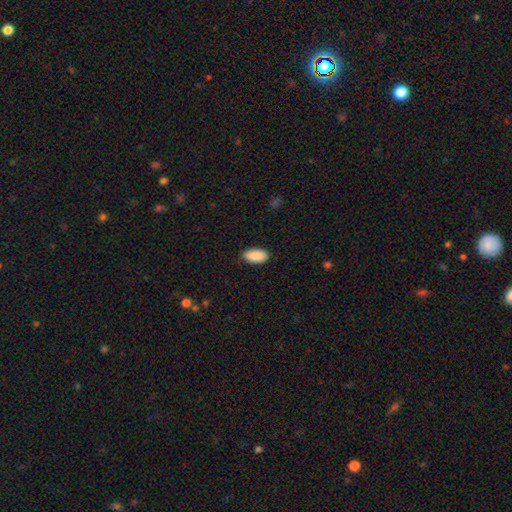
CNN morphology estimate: This appears to be a smooth galaxy with no disk features (91%) that is in between round and cigar-shaped (95%). Merging: none (87%).